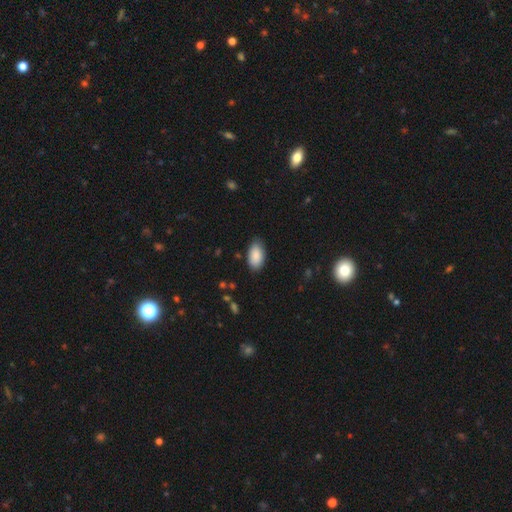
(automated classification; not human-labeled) Smooth or featured? smooth (88%)
How rounded? in between (95%)
Merging? none (82%)